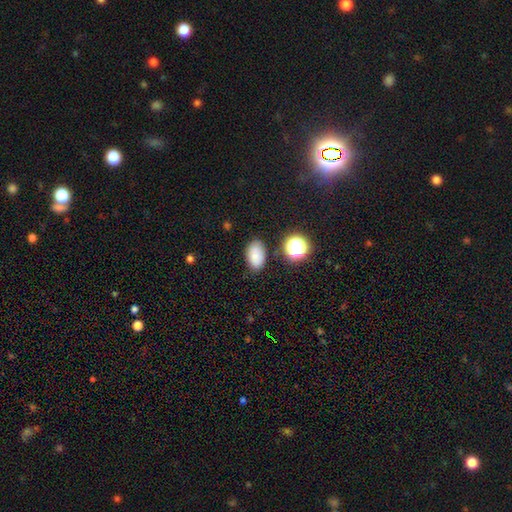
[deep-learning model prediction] smooth_or_featured: smooth (p=0.84) [alt: star or artifact p=0.11]
how_rounded: in between (p=0.90) [alt: round p=0.09]
merging: none (p=0.82) [alt: minor disturbance p=0.13]